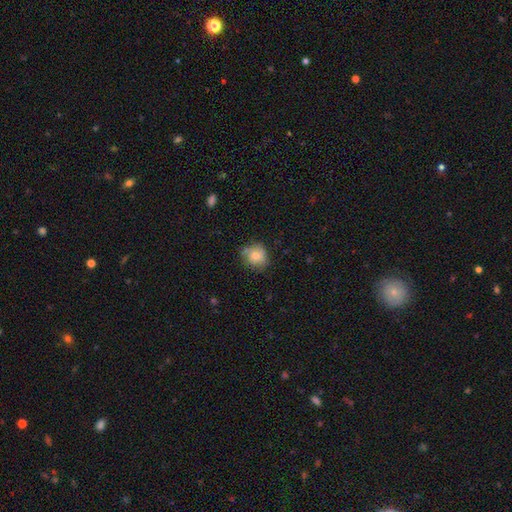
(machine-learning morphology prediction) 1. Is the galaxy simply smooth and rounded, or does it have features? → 68% smooth, 23% featured or disk, 9% star or artifact.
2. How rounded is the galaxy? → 77% round, 22% in between, 1% cigar-shaped.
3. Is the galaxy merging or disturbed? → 62% none, 29% minor disturbance, 7% major disturbance, 2% merger.